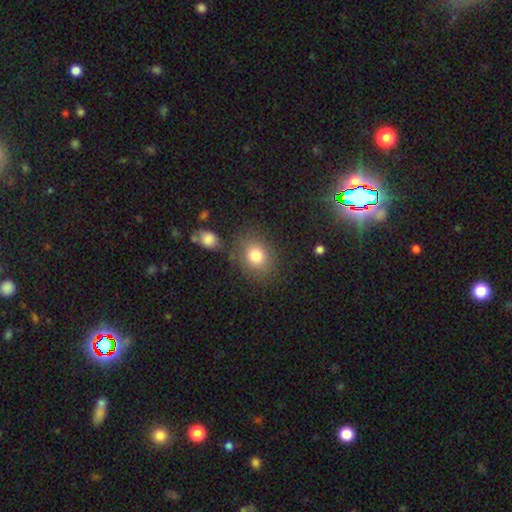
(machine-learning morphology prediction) smooth-or-featured: smooth: 80% | star or artifact: 11% | featured or disk: 9%
  how-rounded: round: 59% | in between: 40% | cigar-shaped: 1%
  merging: none: 77% | minor disturbance: 12% | merger: 6% | major disturbance: 5%